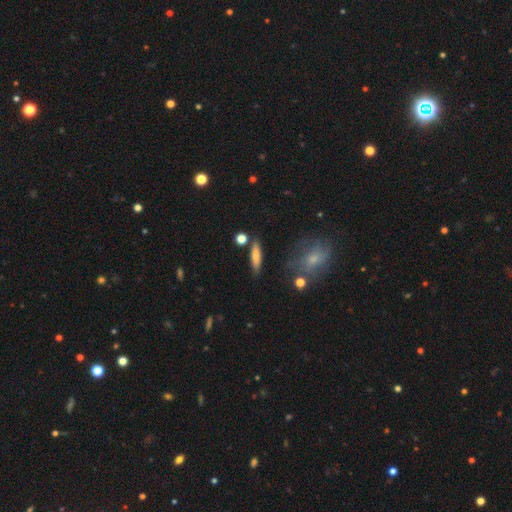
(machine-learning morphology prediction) This appears to be a smooth galaxy with no disk features (77%) that is cigar-shaped (72%). Merging: none (81%).